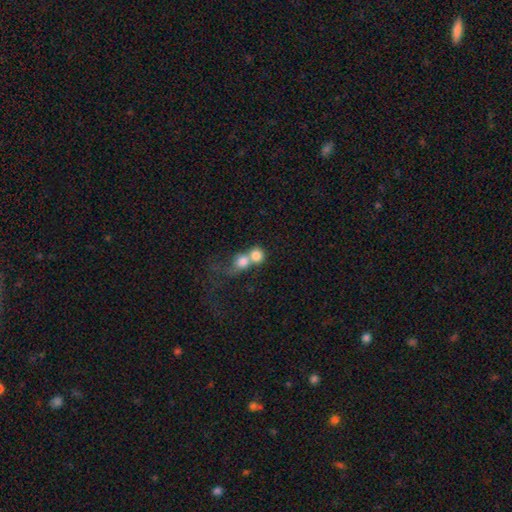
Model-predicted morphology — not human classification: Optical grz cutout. It shows a smooth galaxy with no disk features (76%) that is round (76%). Merging: merger (70%).